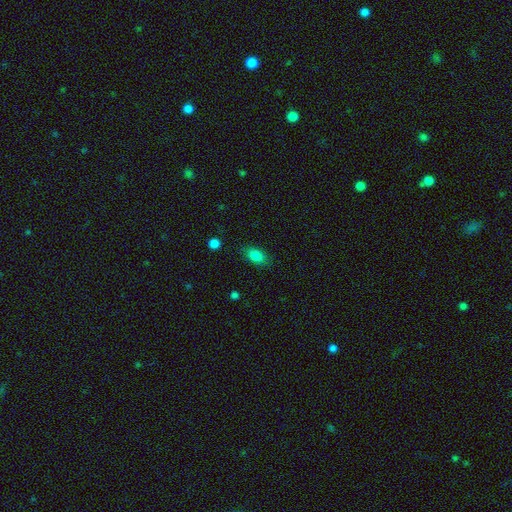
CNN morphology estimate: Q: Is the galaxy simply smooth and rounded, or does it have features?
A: smooth — 84%.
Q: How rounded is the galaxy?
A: in between — 87%.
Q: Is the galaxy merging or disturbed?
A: none — 82%.